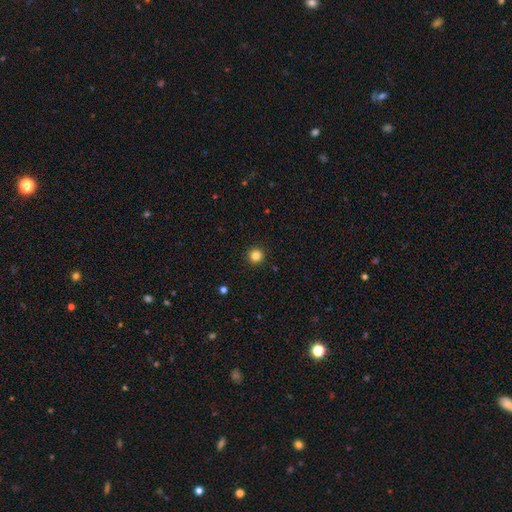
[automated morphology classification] A smooth galaxy with no disk features (83%) that is round (96%).

Vote fractions:
- Smooth or featured? smooth: 83% / star or artifact: 12% / featured or disk: 5%
- How rounded? round: 96% / in between: 3% / cigar-shaped: 1%
- Merging? none: 93% / minor disturbance: 4% / major disturbance: 2% / merger: 1%